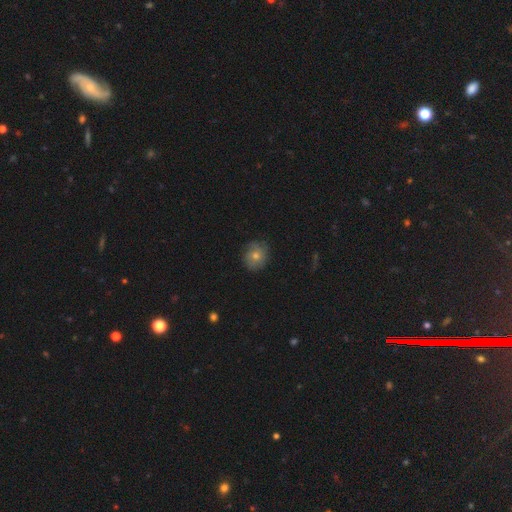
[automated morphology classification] The model was most divided on "smooth or featured": smooth: 54%, featured or disk: 32%, star or artifact: 15%. More confident: merging — none (78%); how rounded — round (77%).